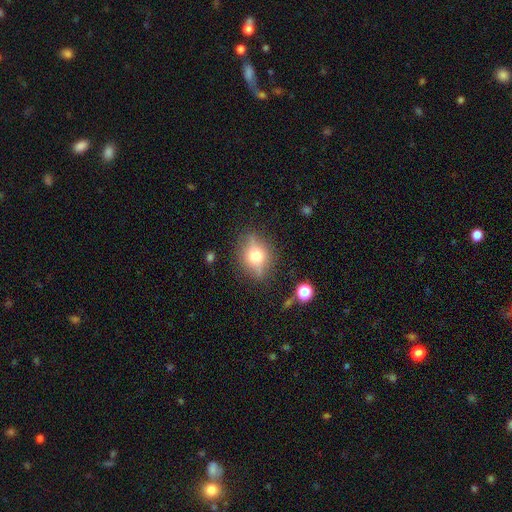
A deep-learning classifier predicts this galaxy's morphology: smooth-or-featured: smooth: 46% | featured or disk: 43% | star or artifact: 11%
  merging: none: 78% | minor disturbance: 16% | major disturbance: 5% | merger: 2%